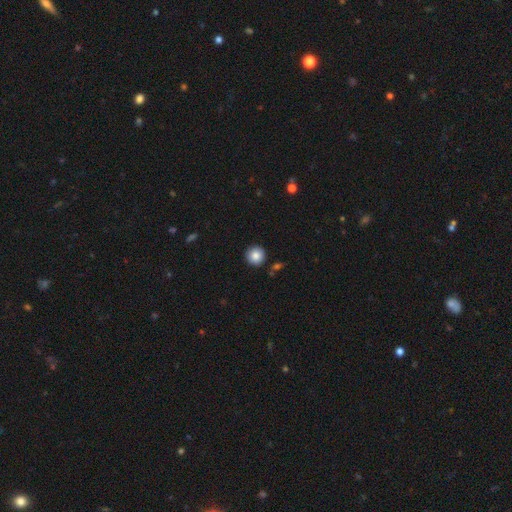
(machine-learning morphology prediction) This appears to be a smooth galaxy with no disk features (85%) that is round (95%). Merging: none (91%).